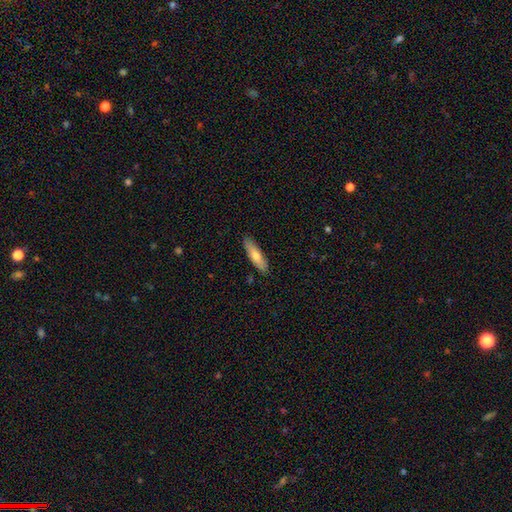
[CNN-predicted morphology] Smooth or featured? Predicted: smooth (p=0.70). How rounded? Predicted: cigar-shaped (p=0.66). Merging? Predicted: none (p=0.88).